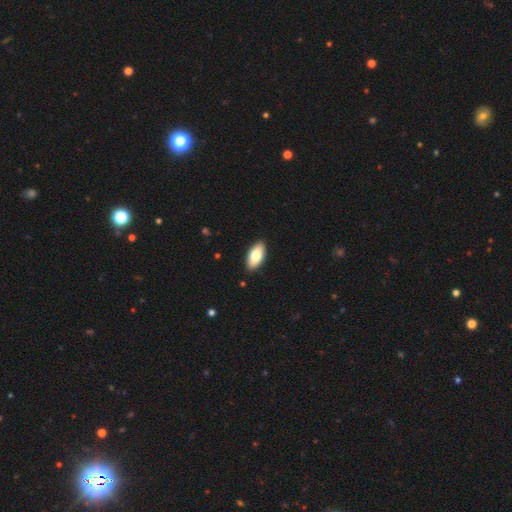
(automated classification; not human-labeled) A smooth galaxy with no disk features (78%) that is in between round and cigar-shaped (92%). Merging: none (89%).